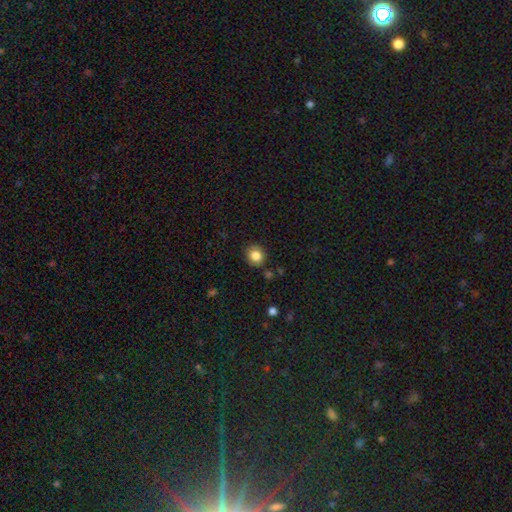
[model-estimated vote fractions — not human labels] Q: Smooth or featured?
A: smooth (84%); runner-up: star or artifact (10%)
Q: How rounded?
A: round (77%); runner-up: in between (22%)
Q: Merging?
A: none (85%); runner-up: minor disturbance (10%)